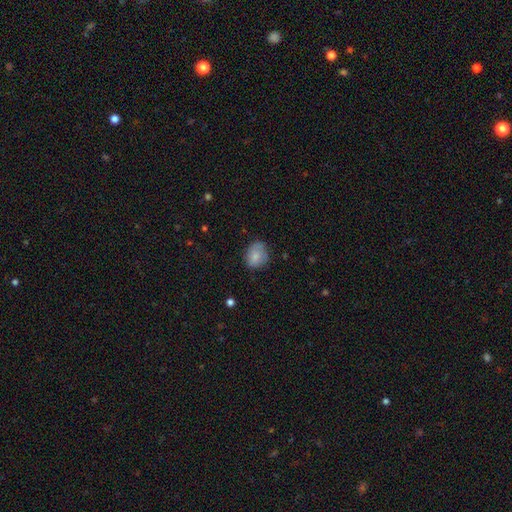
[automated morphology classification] Smooth or featured? smooth (80%)
How rounded? round (61%)
Merging? none (66%)